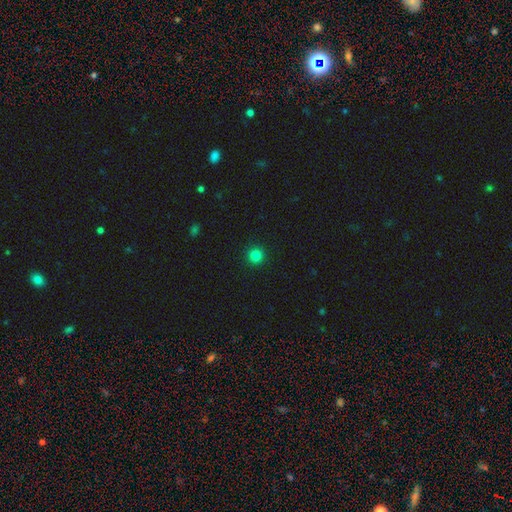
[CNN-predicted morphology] This appears to be a smooth galaxy with no disk features (82%) that is round (96%). Merging: none (93%).